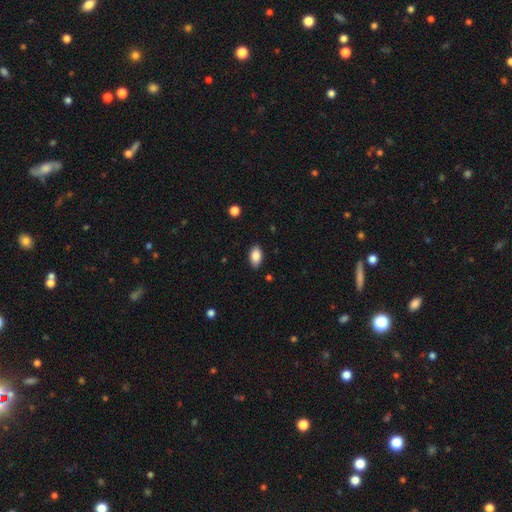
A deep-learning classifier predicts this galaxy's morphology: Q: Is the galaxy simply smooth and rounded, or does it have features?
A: smooth — 87%.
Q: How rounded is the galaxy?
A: in between — 93%.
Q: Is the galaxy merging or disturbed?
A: none — 87%.